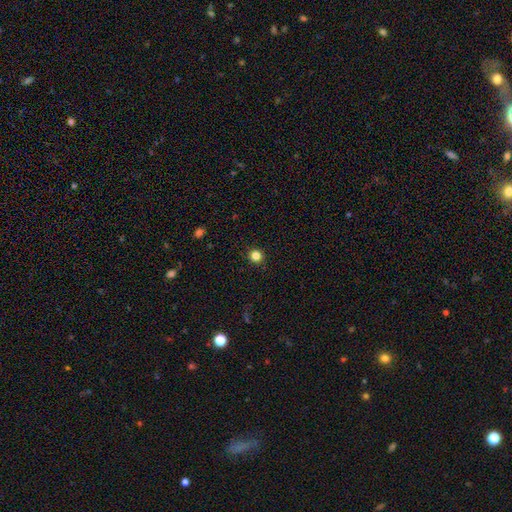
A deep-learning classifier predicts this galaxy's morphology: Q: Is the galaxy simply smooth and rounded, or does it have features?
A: smooth — 83%.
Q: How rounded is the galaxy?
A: round — 94%.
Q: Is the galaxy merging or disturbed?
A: none — 92%.